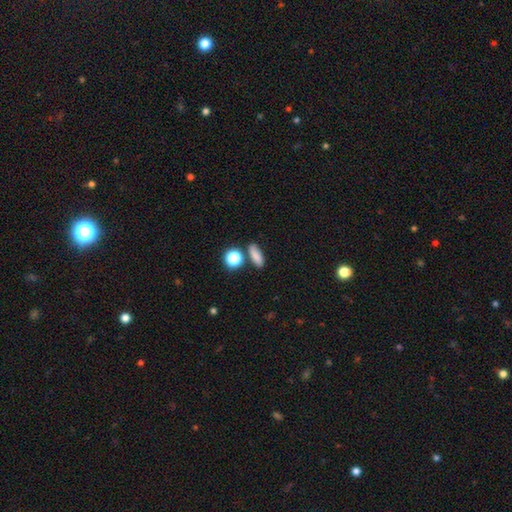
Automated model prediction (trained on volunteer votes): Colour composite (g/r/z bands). It shows a smooth galaxy with no disk features (79%) that is in between round and cigar-shaped (60%). Merging: none (74%).